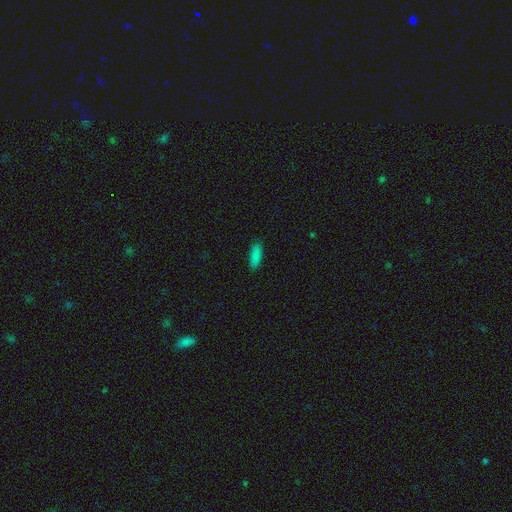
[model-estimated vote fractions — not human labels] Smooth or featured?
  - smooth: 87% *
  - star or artifact: 8%
  - featured or disk: 4%
How rounded?
  - in between: 58% *
  - cigar-shaped: 40%
  - round: 2%
Merging?
  - none: 89% *
  - minor disturbance: 9%
  - major disturbance: 2%
  - merger: 1%